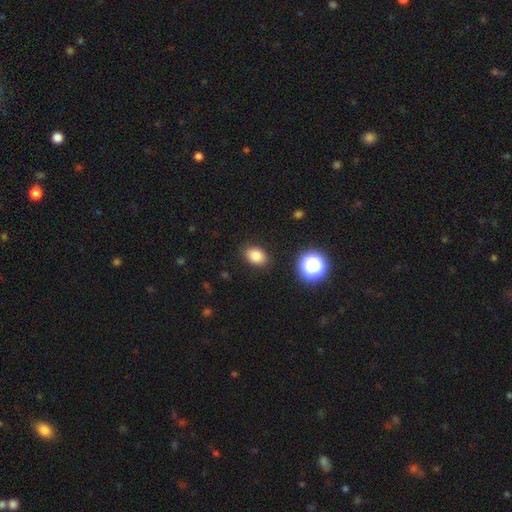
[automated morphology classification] The model was most divided on "how rounded": in between: 74%, round: 25%, cigar-shaped: 1%. More confident: merging — none (88%); smooth or featured — smooth (82%).